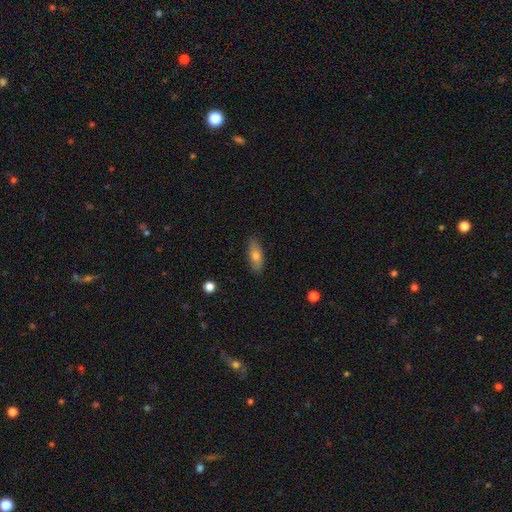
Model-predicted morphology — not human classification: smooth_or_featured: smooth (p=0.73) [alt: featured or disk p=0.21]
how_rounded: in between (p=0.73) [alt: cigar-shaped p=0.24]
merging: none (p=0.86) [alt: minor disturbance p=0.11]